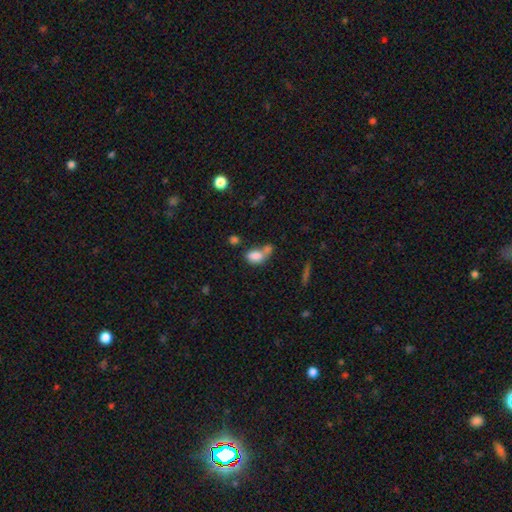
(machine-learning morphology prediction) A smooth galaxy with no disk features (81%) that is in between round and cigar-shaped (83%). Merging: merger (51%).